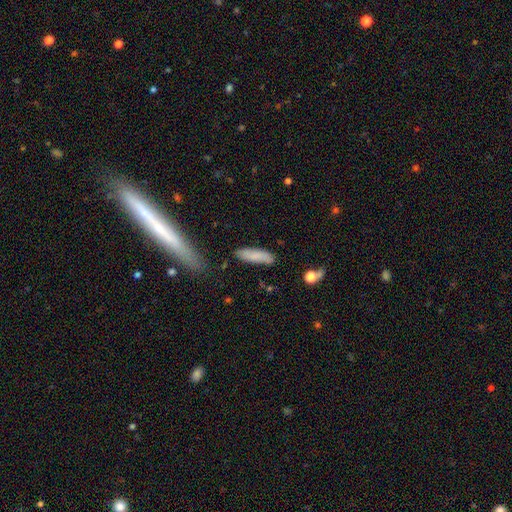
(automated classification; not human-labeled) A smooth galaxy with no disk features (79%) that is cigar-shaped (62%). Merging: none (81%).